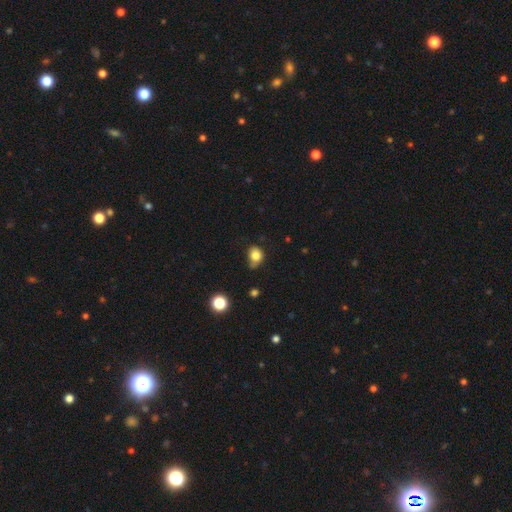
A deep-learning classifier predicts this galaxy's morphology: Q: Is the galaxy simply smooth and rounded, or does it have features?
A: smooth — 80%.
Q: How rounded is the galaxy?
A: round — 60%.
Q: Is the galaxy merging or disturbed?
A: none — 46%.